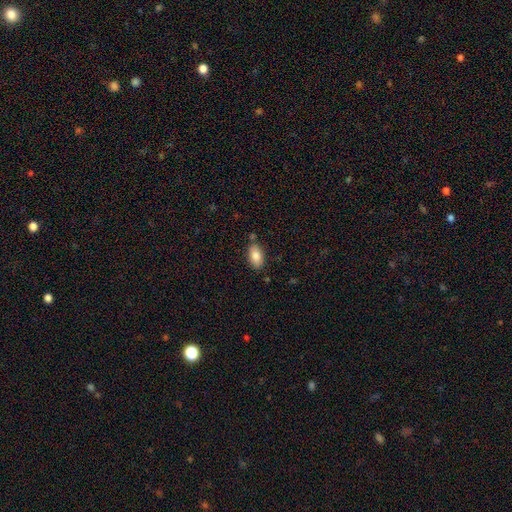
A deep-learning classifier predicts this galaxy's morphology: Overall: smooth (84%). How rounded: in between (92%). Merging: none (79%).